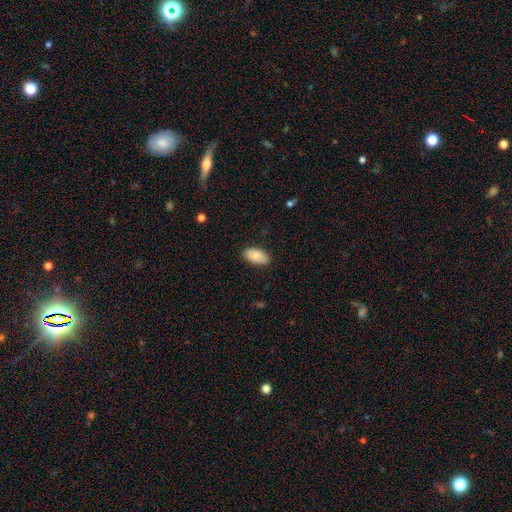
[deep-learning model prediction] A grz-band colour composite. It shows a smooth galaxy with no disk features (84%) that is in between round and cigar-shaped (95%). Merging: none (86%).